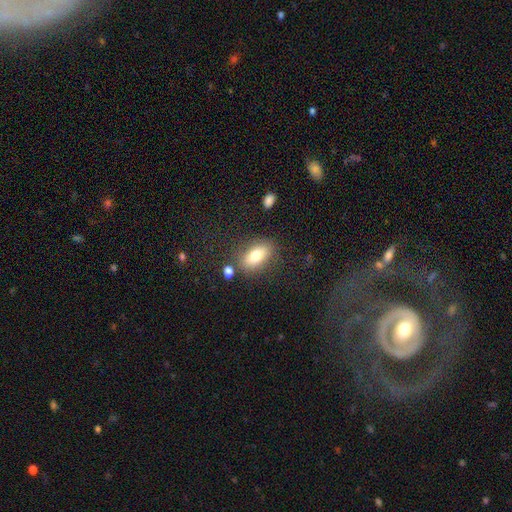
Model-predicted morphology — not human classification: This appears to be a smooth galaxy with no disk features (78%) that is in between round and cigar-shaped (86%). Merging: none (77%).